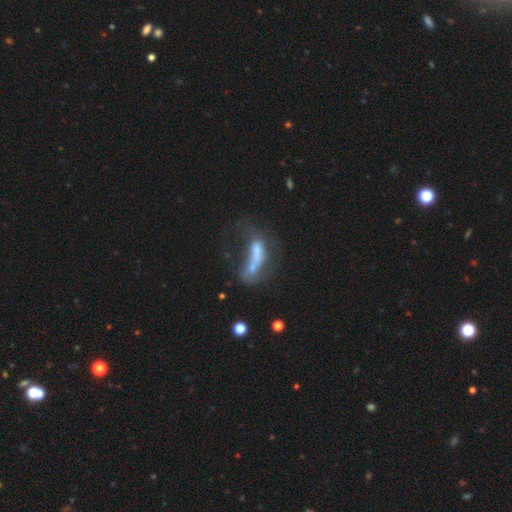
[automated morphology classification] A featured or disk galaxy (43%). Merging: merger (41%).